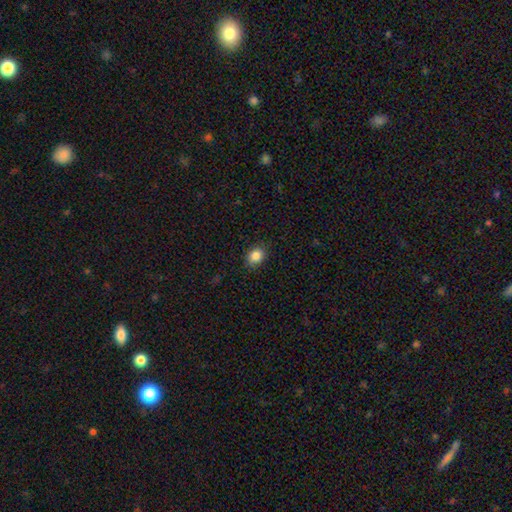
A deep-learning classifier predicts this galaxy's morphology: Smooth or featured? Predicted: smooth (p=0.86). How rounded? Predicted: in between (p=0.51). Merging? Predicted: none (p=0.87).